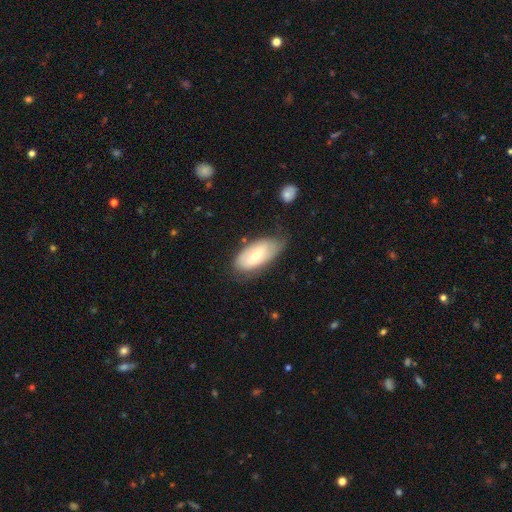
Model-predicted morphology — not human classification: smooth 57%, featured or disk 37%, star or artifact 6%. Down the decision tree: how rounded — in between (92%); merging — none (58%).